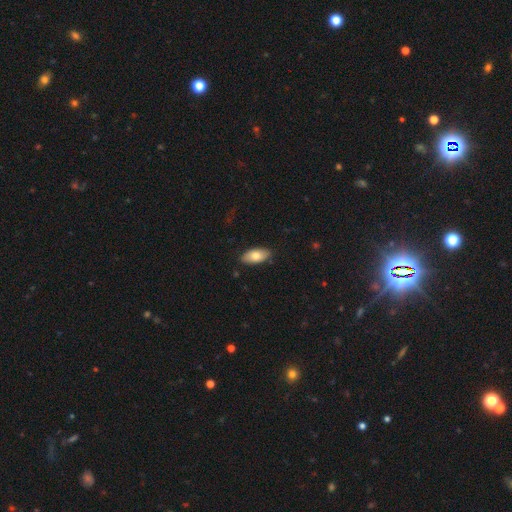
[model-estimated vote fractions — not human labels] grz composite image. It shows a smooth galaxy with no disk features (76%) that is in between round and cigar-shaped (91%). Merging: none (87%).